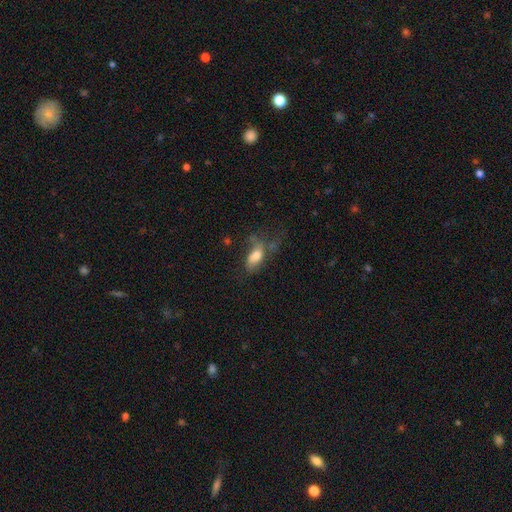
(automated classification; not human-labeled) Smooth or featured?
  - smooth: 66% *
  - featured or disk: 24%
  - star or artifact: 10%
How rounded?
  - in between: 84% *
  - cigar-shaped: 10%
  - round: 6%
Merging?
  - major disturbance: 37% *
  - none: 31%
  - minor disturbance: 25%
  - merger: 7%